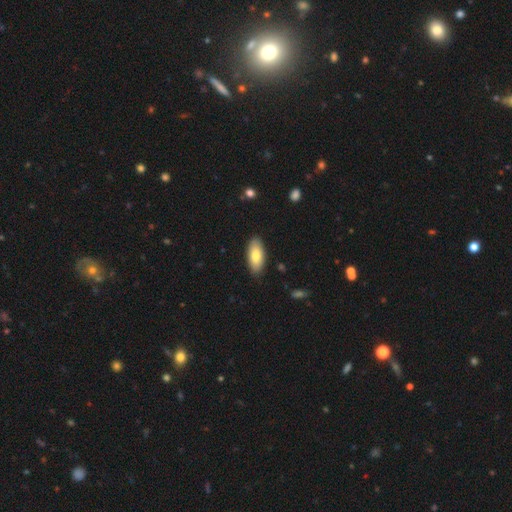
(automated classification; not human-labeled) A smooth galaxy with no disk features (78%) that is in between round and cigar-shaped (89%). Merging: none (87%).